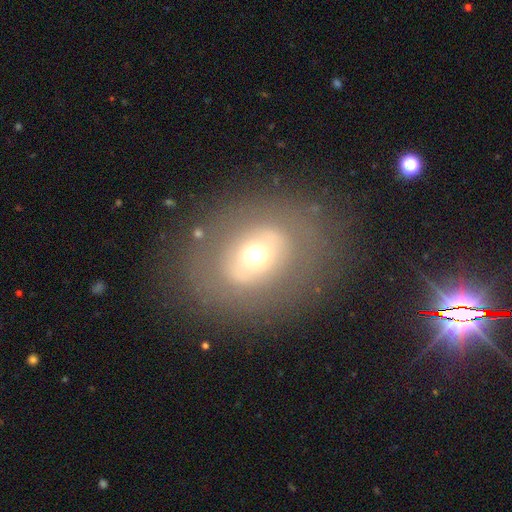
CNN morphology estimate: The model was most divided on "smooth or featured": smooth: 49%, featured or disk: 39%, star or artifact: 13%. More confident: merging — none (80%).